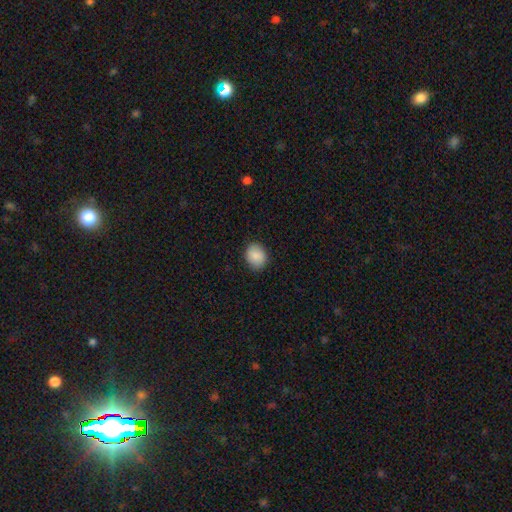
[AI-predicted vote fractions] This is clearly a smooth galaxy (88%). How rounded: possibly round (59%). Merging: clearly none (88%).